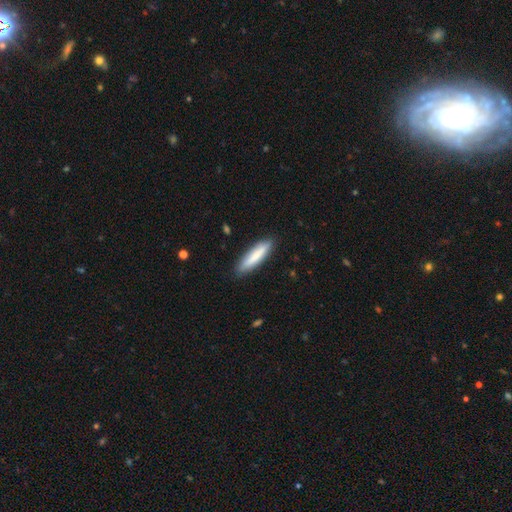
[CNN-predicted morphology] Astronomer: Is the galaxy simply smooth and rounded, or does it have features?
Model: smooth — 78%.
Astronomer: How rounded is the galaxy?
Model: cigar-shaped — 77%.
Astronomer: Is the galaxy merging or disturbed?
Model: none — 86%.